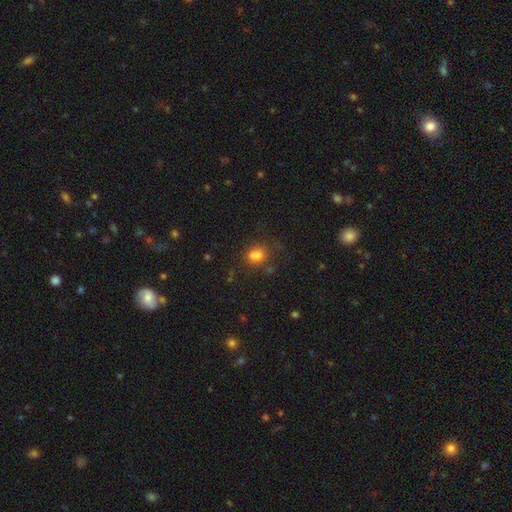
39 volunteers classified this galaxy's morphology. Overall: smooth (74%). How rounded: in between (59%; round 41%). Merging: none (58%; merger 39%).